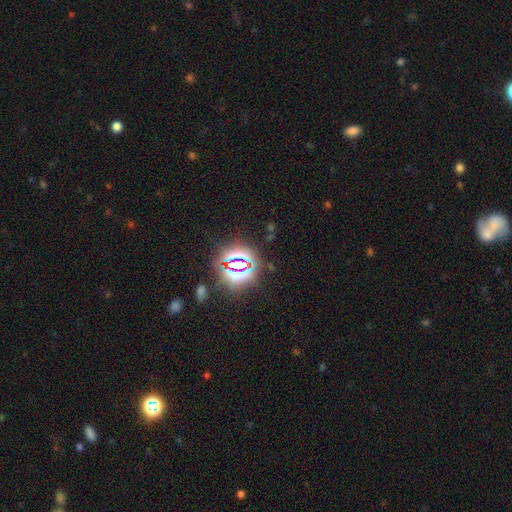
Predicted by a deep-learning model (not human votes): A star or artifact, not a galaxy (83%).

Vote fractions:
- Smooth or featured? star or artifact: 83% / smooth: 11% / featured or disk: 6%